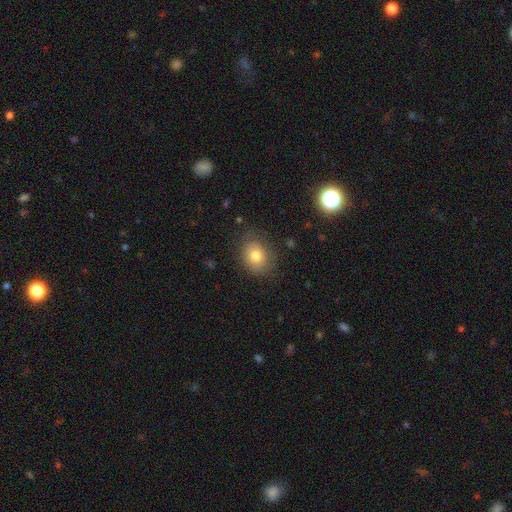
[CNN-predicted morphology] Q: Smooth or featured?
A: smooth (74%); runner-up: featured or disk (16%)
Q: How rounded?
A: round (53%); runner-up: in between (46%)
Q: Merging?
A: none (73%); runner-up: minor disturbance (19%)